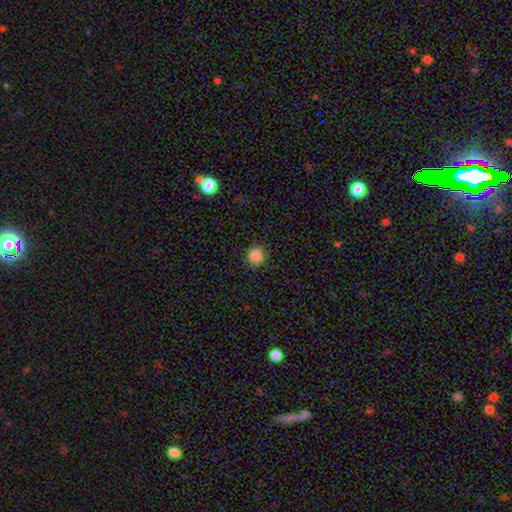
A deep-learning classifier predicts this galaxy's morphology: Overall: smooth (86%). How rounded: round (93%). Merging: none (90%).